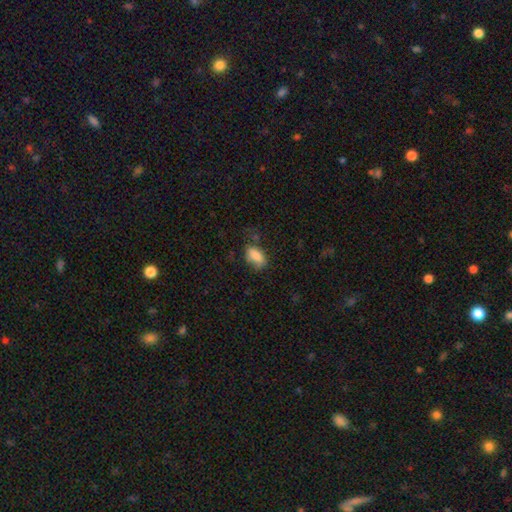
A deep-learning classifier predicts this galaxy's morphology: Overall: smooth (83%). How rounded: in between (90%). Merging: none (55%; minor disturbance 29%).